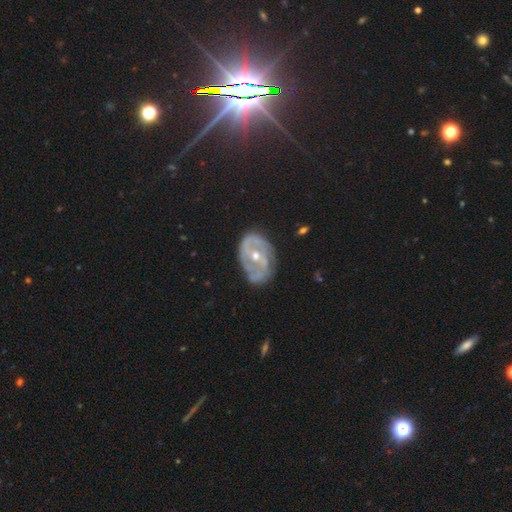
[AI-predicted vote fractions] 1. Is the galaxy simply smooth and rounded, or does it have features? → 82% featured or disk, 9% smooth, 8% star or artifact.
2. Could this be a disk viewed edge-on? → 96% no, 4% yes.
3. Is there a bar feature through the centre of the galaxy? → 45% no, 35% weak, 20% strong.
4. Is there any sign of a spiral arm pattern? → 85% yes, 15% no.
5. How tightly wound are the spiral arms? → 42% tight, 38% medium, 19% loose.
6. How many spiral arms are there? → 54% 2, 21% can't tell, 13% 3, 5% 1, 4% 4, 3% more than 4.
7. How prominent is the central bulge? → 55% moderate, 42% small, 1% large, 1% none, 1% dominant.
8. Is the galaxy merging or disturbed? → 66% none, 23% minor disturbance, 9% major disturbance, 2% merger.